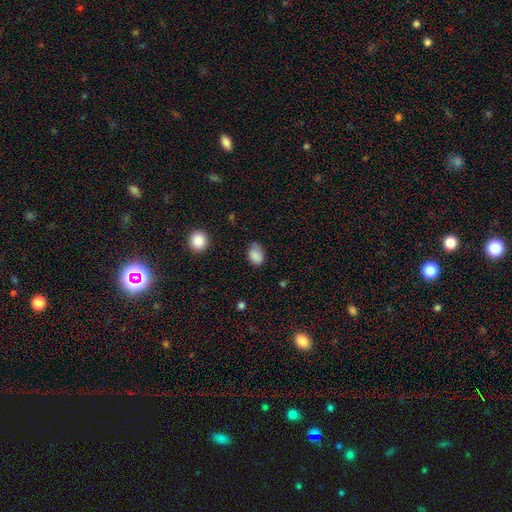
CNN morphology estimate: smooth 85%, star or artifact 10%, featured or disk 5%. Down the decision tree: how rounded — in between (73%); merging — none (61%).